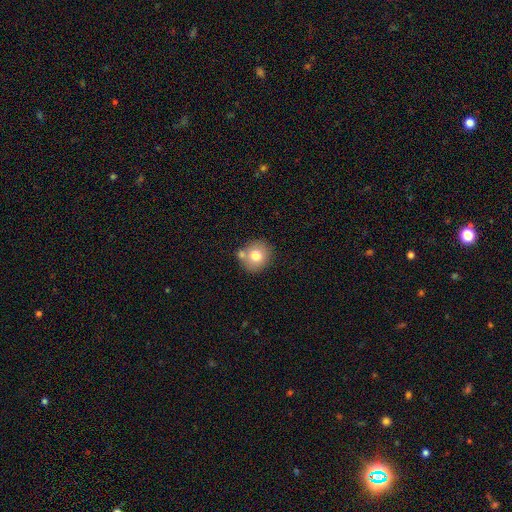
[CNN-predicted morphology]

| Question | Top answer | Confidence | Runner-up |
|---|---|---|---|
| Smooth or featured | smooth | 74% | featured or disk (17%) |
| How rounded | round | 84% | in between (15%) |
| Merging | none | 63% | merger (21%) |